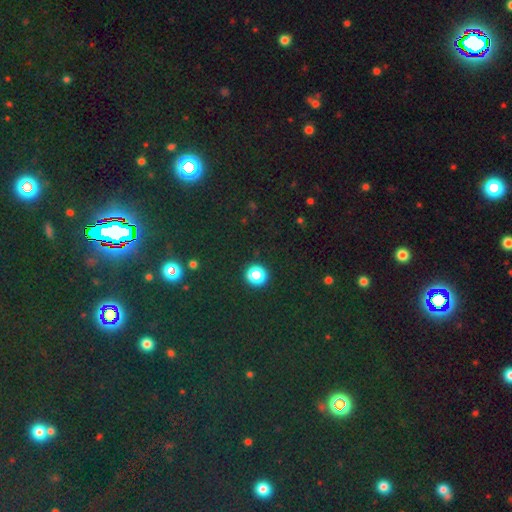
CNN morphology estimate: The model was most divided on "smooth or featured": star or artifact: 71%, smooth: 22%, featured or disk: 8%.